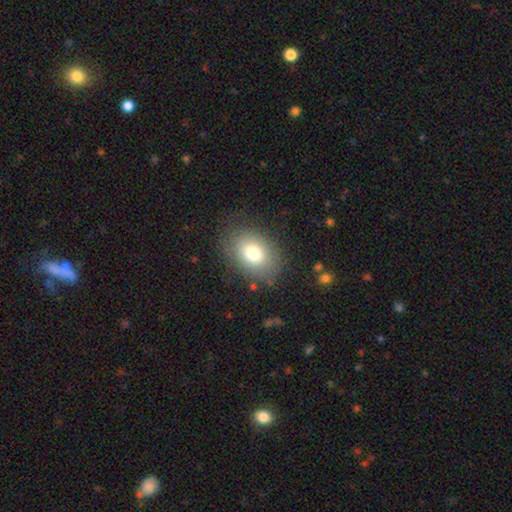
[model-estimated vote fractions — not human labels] Smooth or featured? Predicted: smooth (p=0.78). How rounded? Predicted: in between (p=0.74). Merging? Predicted: none (p=0.82).